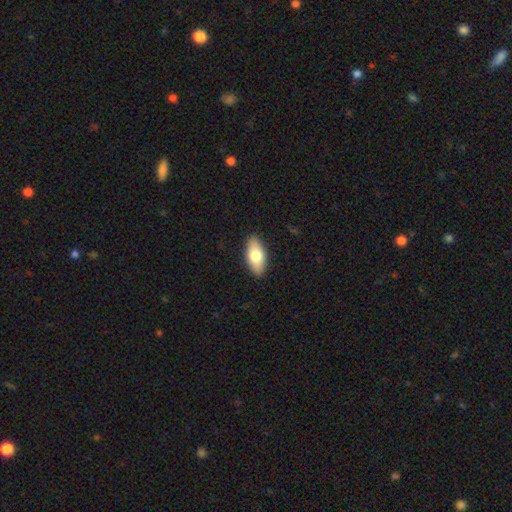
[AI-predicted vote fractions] This appears to be a smooth galaxy with no disk features (73%) that is in between round and cigar-shaped (86%). Merging: none (89%).